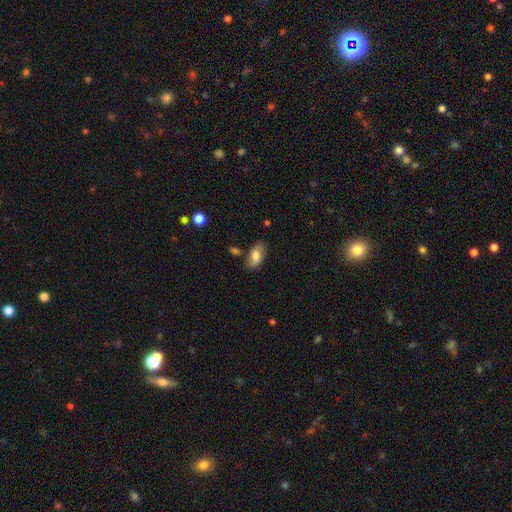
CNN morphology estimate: A smooth galaxy with no disk features (69%) that is in between round and cigar-shaped (92%).

Vote fractions:
- Smooth or featured? smooth: 69% / featured or disk: 24% / star or artifact: 7%
- How rounded? in between: 92% / round: 5% / cigar-shaped: 4%
- Merging? none: 74% / minor disturbance: 17% / merger: 5% / major disturbance: 4%